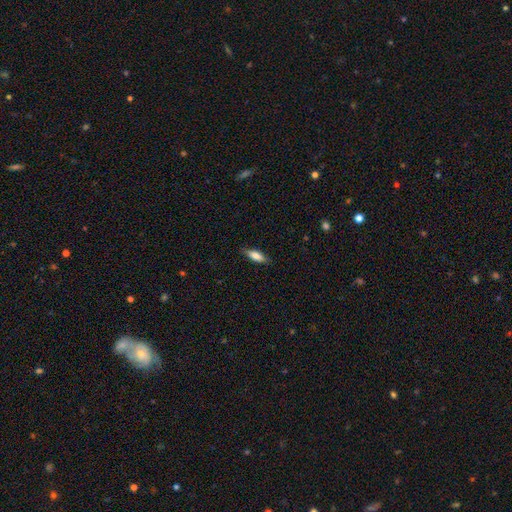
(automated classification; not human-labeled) smooth 77%, featured or disk 17%, star or artifact 6%. Down the decision tree: how rounded — in between (61%); merging — none (83%).